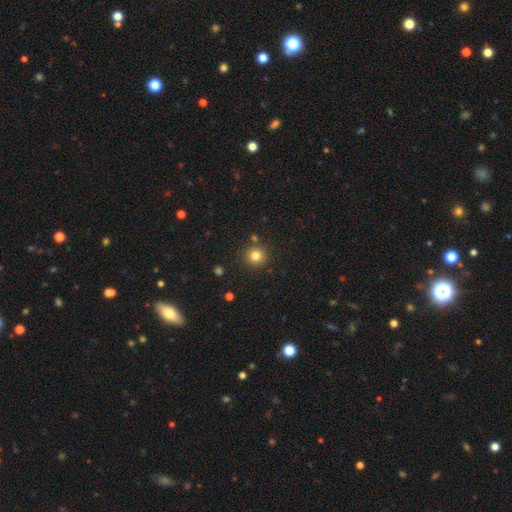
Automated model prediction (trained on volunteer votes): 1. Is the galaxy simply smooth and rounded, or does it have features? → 80% smooth, 13% star or artifact, 6% featured or disk.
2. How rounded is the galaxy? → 93% round, 6% in between, 1% cigar-shaped.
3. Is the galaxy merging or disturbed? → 86% none, 7% minor disturbance, 5% merger, 2% major disturbance.